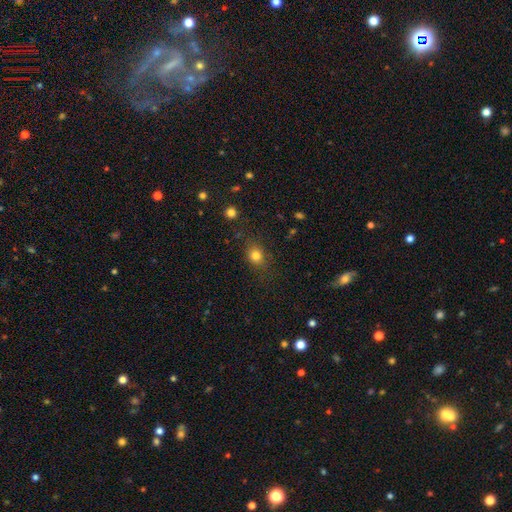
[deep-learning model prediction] Q: Smooth or featured?
A: smooth (80%); runner-up: star or artifact (13%)
Q: How rounded?
A: round (60%); runner-up: in between (39%)
Q: Merging?
A: none (80%); runner-up: minor disturbance (13%)